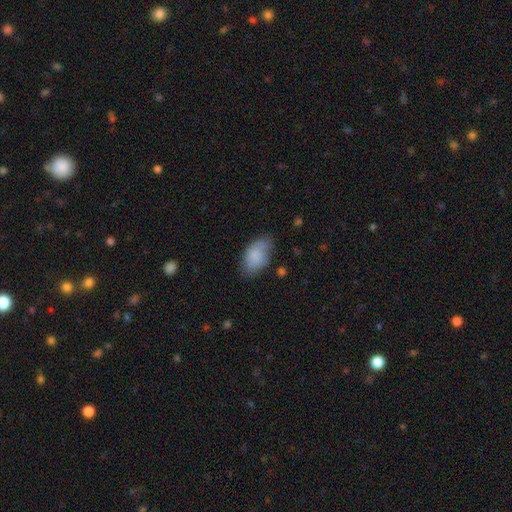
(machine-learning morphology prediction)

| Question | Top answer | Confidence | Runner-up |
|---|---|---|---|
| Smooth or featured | smooth | 80% | featured or disk (13%) |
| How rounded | in between | 92% | round (7%) |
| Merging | none | 58% | minor disturbance (30%) |